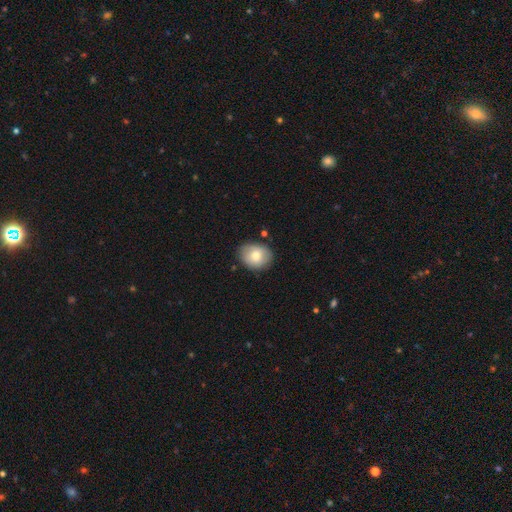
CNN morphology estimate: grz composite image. It shows a smooth galaxy with no disk features (74%) that is round (54%). Merging: none (81%).